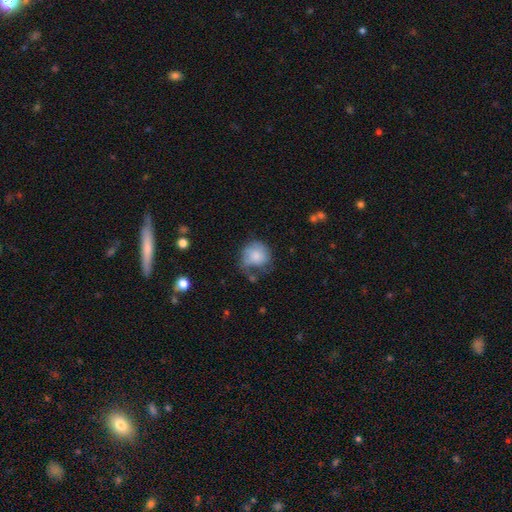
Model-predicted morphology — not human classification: This is likely a smooth galaxy (74%). How rounded: likely round (76%). Merging: marginally none (41%).